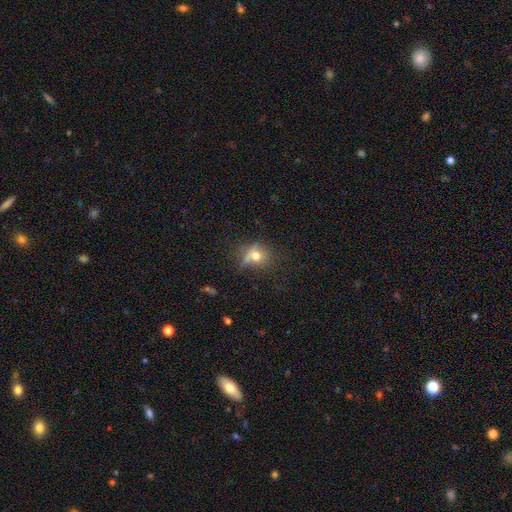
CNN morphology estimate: type=smooth (64%); roundness=round (75%); merging=none (58%).